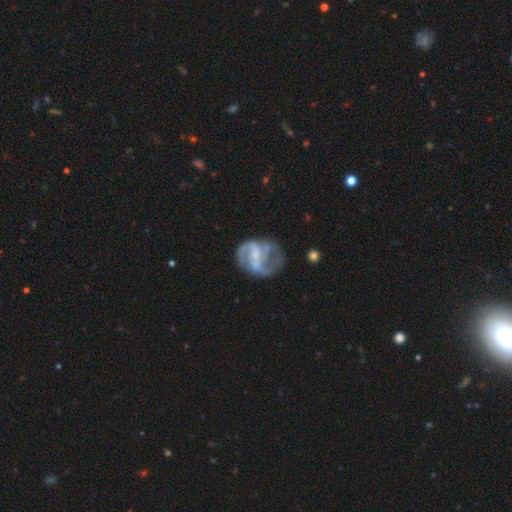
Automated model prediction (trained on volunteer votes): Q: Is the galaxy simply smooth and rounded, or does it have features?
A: featured or disk — 78%.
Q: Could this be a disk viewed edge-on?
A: no — 98%.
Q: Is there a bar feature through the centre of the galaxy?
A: weak — 45%.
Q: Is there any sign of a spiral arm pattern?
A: yes — 82%.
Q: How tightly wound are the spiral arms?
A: medium — 45%.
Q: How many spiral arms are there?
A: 2 — 50%.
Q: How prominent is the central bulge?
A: small — 40%.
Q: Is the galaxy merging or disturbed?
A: none — 43%.